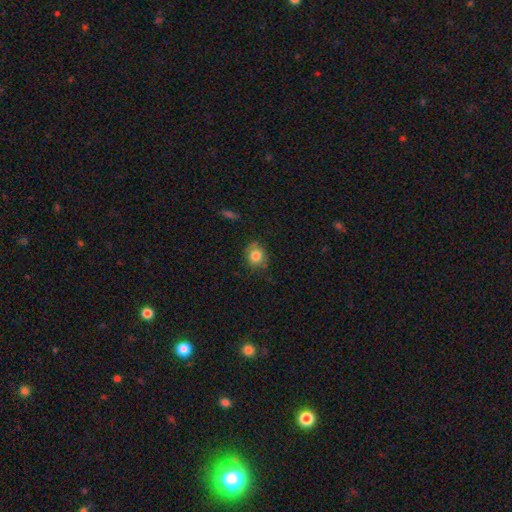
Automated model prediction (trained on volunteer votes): Overall: smooth (82%). How rounded: round (76%). Merging: none (72%).